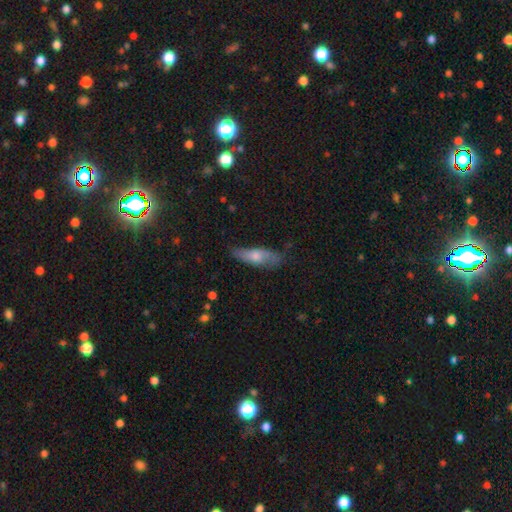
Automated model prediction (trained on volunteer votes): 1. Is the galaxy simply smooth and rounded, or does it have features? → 54% smooth, 39% featured or disk, 7% star or artifact.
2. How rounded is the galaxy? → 51% cigar-shaped, 46% in between, 3% round.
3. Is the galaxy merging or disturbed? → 72% none, 22% minor disturbance, 5% major disturbance, 2% merger.